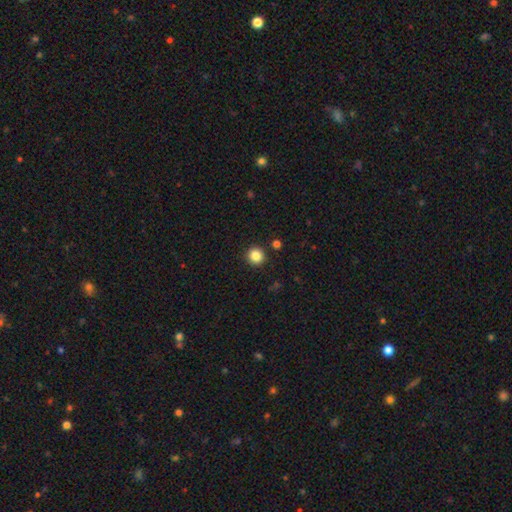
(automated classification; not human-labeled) Morphology: type=smooth (86%); roundness=round (93%); merging=none (91%).